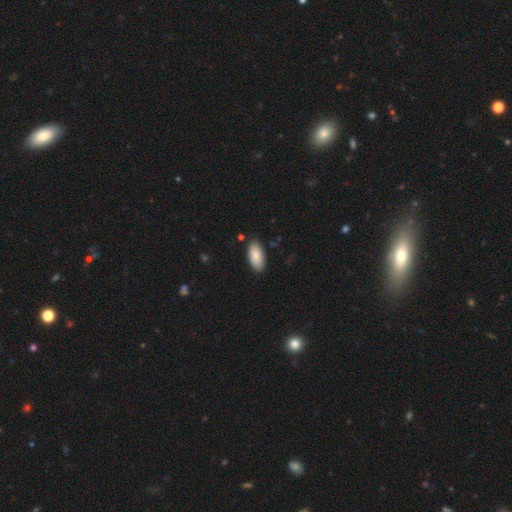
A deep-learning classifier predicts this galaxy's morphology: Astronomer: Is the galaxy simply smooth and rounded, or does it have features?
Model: smooth — 87%.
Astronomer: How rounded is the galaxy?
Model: in between — 91%.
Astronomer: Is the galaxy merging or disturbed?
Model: none — 86%.